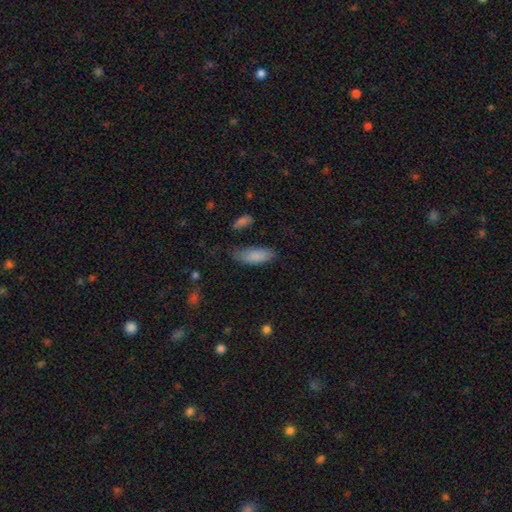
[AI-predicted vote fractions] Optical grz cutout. It shows a smooth galaxy with no disk features (85%) that is in between round and cigar-shaped (70%). Merging: none (64%).